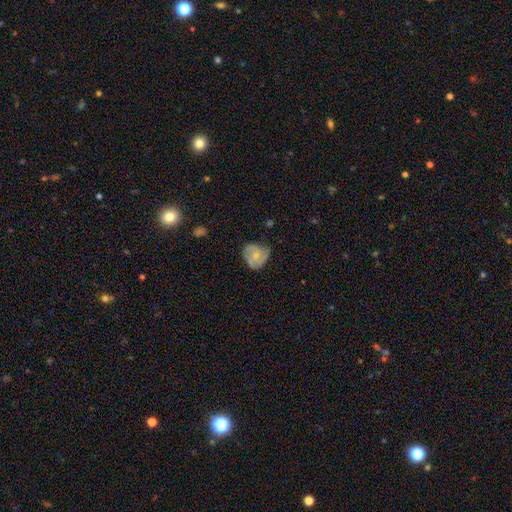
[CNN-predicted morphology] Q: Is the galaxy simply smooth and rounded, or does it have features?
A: featured or disk — 49%.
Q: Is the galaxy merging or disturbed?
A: none — 56%.